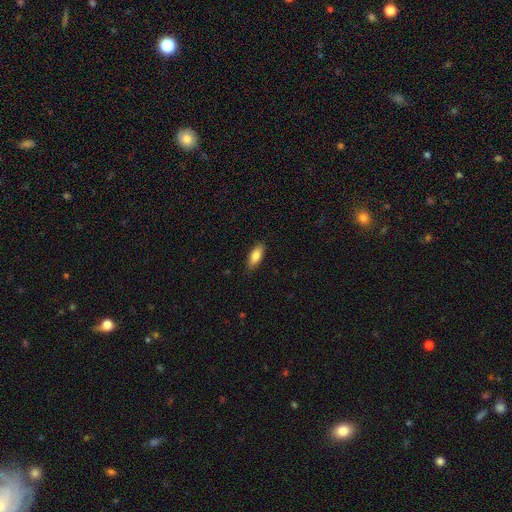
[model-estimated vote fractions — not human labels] Morphology: type=smooth (81%); roundness=in between (78%); merging=none (84%).